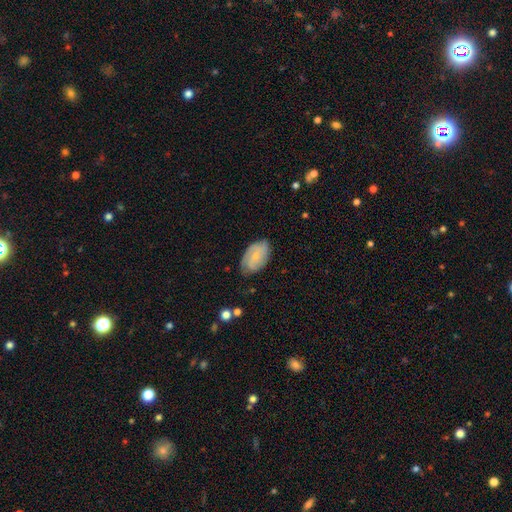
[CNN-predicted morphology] Q: Smooth or featured?
A: featured or disk (55%); runner-up: smooth (38%)
Q: Edge-on disk?
A: no (96%); runner-up: yes (4%)
Q: Bar?
A: no (65%); runner-up: weak (30%)
Q: Spiral arms?
A: yes (86%); runner-up: no (14%)
Q: Bulge size?
A: small (72%); runner-up: moderate (20%)
Q: Merging?
A: none (73%); runner-up: minor disturbance (21%)